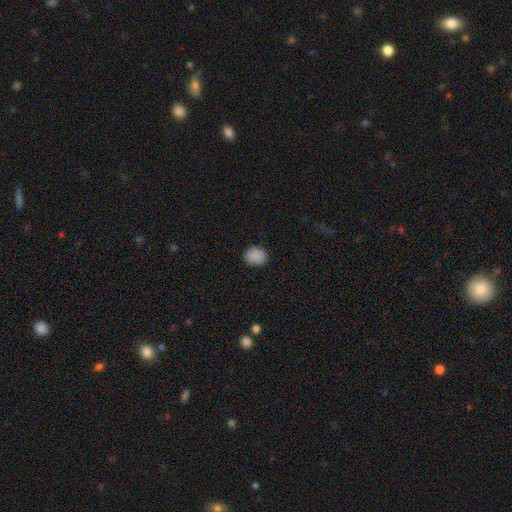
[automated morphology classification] This is clearly a smooth galaxy (89%). How rounded: likely round (66%). Merging: clearly none (89%).